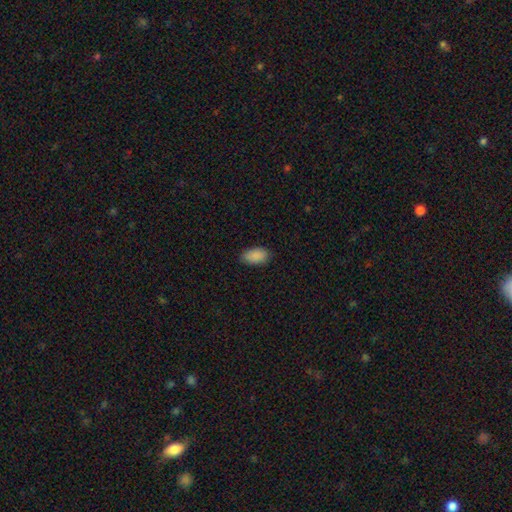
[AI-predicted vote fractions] Smooth or featured? smooth (90%)
How rounded? in between (94%)
Merging? none (85%)